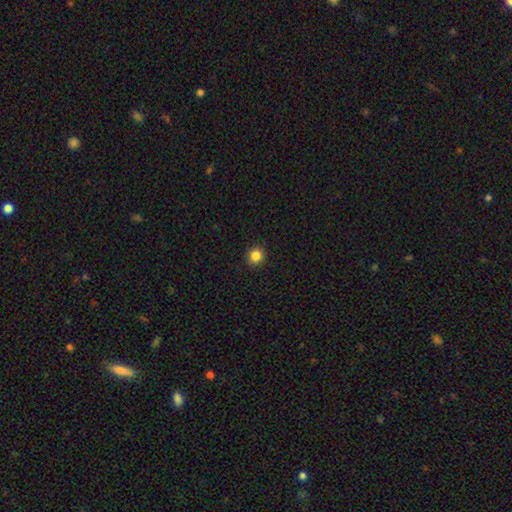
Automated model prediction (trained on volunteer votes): A smooth galaxy with no disk features (85%) that is round (87%).

Vote fractions:
- Smooth or featured? smooth: 85% / star or artifact: 11% / featured or disk: 4%
- How rounded? round: 87% / in between: 12% / cigar-shaped: 1%
- Merging? none: 91% / minor disturbance: 6% / major disturbance: 2% / merger: 1%